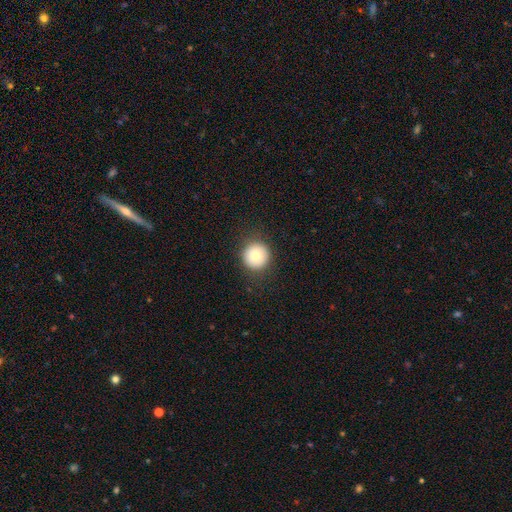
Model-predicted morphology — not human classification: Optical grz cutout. It shows a smooth galaxy with no disk features (81%) that is round (95%). Merging: none (88%).